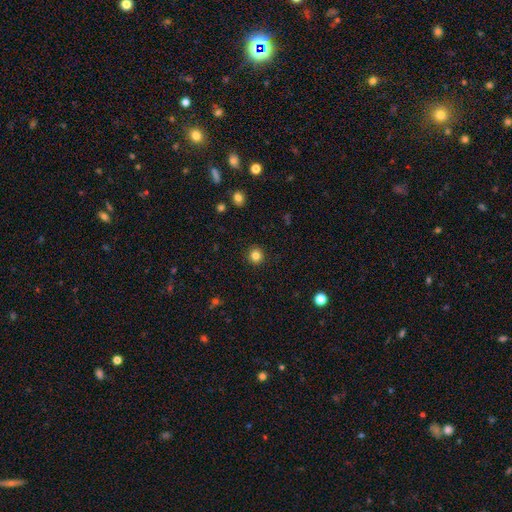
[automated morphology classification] Smooth or featured?
  - smooth: 83% *
  - star or artifact: 12%
  - featured or disk: 5%
How rounded?
  - round: 94% *
  - in between: 5%
  - cigar-shaped: 1%
Merging?
  - none: 92% *
  - minor disturbance: 5%
  - major disturbance: 2%
  - merger: 1%